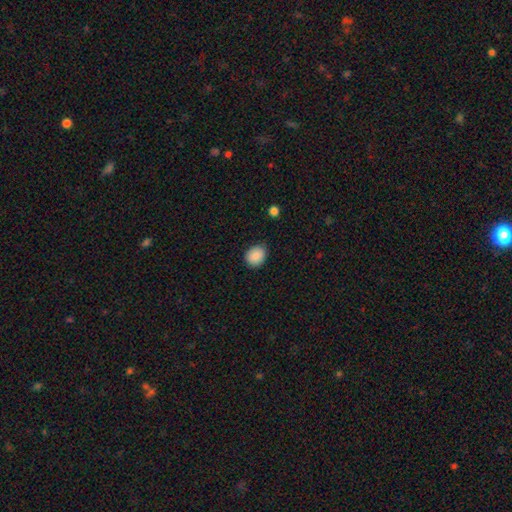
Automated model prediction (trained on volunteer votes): Morphology: type=smooth (87%); roundness=round (61%); merging=none (83%).